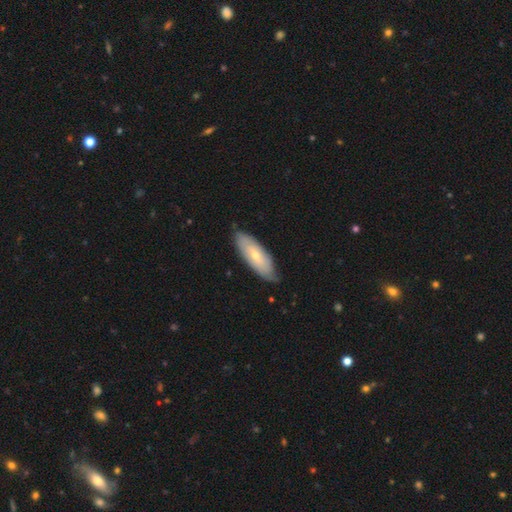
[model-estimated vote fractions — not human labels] This appears to be a smooth galaxy with no disk features (54%) that is in between round and cigar-shaped (68%). Merging: none (77%).